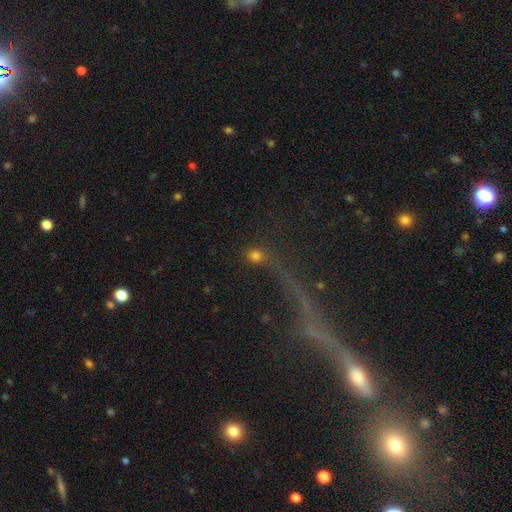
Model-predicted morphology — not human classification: smooth 66%, star or artifact 25%, featured or disk 9%. Down the decision tree: how rounded — round (77%); merging — none (60%).